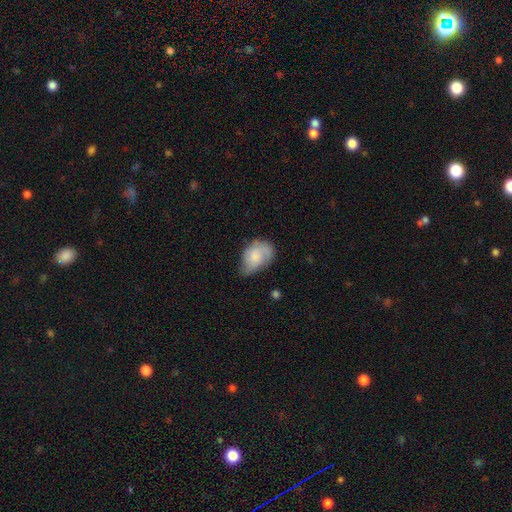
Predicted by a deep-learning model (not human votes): The model was most divided on "merging": minor disturbance: 42%, none: 39%, major disturbance: 17%, merger: 2%. More confident: how rounded — in between (83%); smooth or featured — smooth (63%).